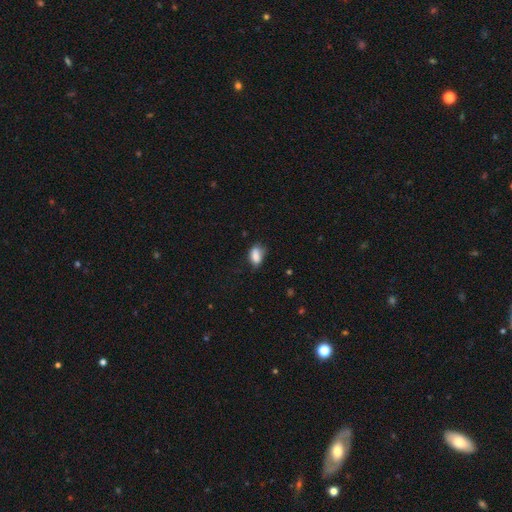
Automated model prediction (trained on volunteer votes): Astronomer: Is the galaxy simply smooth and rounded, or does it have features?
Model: smooth — 82%.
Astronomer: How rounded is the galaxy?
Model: in between — 86%.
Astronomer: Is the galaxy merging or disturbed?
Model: none — 51% (runner-up: minor disturbance, 33%).